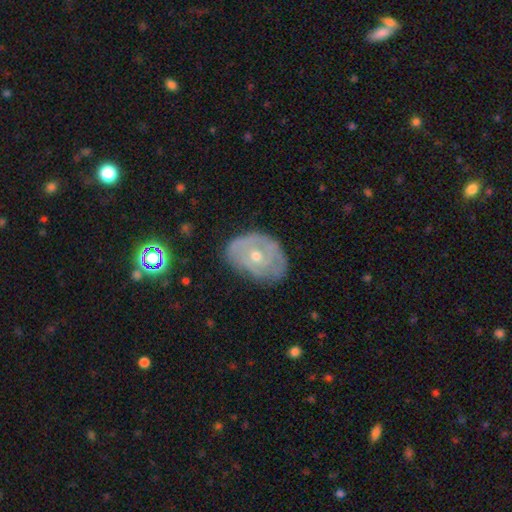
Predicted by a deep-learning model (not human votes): Overall: featured or disk (66%). Edge-on disk: no (95%). Bar: no (82%). Spiral arms: yes (60%; no 40%). Bulge size: moderate (50%; small 47%). Merging: none (62%; minor disturbance 27%).